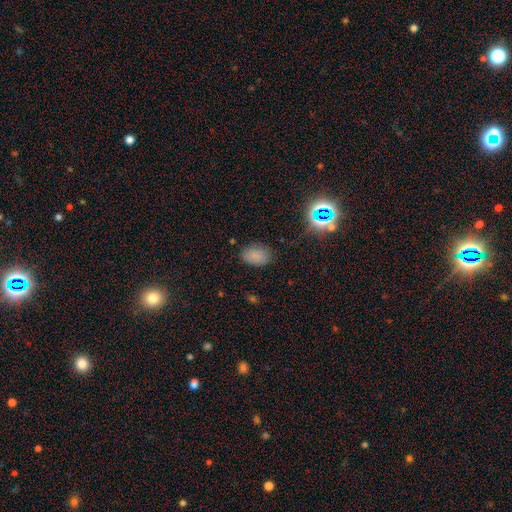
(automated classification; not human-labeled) A smooth galaxy with no disk features (80%) that is in between round and cigar-shaped (86%).

Vote fractions:
- Smooth or featured? smooth: 80% / star or artifact: 14% / featured or disk: 5%
- How rounded? in between: 86% / round: 13% / cigar-shaped: 1%
- Merging? none: 82% / minor disturbance: 13% / major disturbance: 4% / merger: 1%